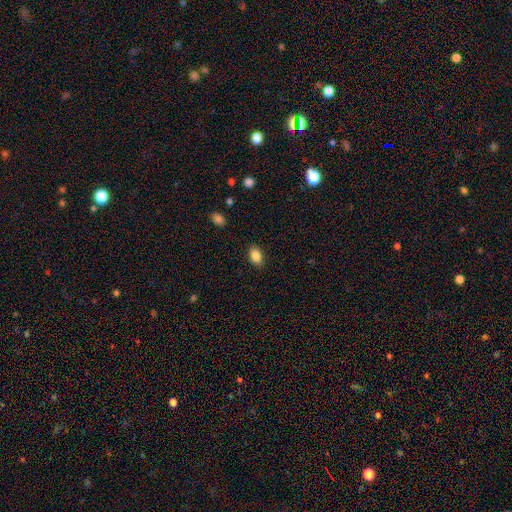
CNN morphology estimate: Smooth or featured: smooth — 87% (star or artifact — 8%)
How rounded: in between — 88% (round — 10%)
Merging: none — 87% (minor disturbance — 9%)